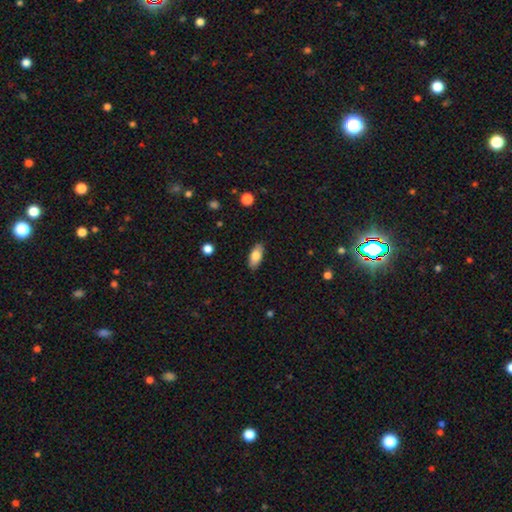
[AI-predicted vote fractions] smooth 80%, featured or disk 13%, star or artifact 7%. Down the decision tree: how rounded — in between (88%); merging — none (86%).